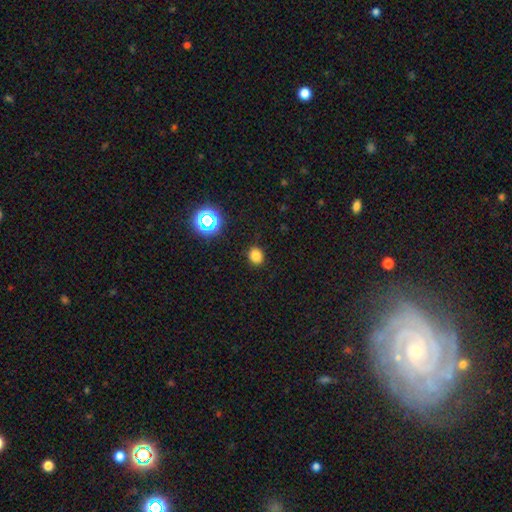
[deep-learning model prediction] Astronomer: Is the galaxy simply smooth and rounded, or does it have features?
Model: smooth — 79%.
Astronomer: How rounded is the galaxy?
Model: round — 69%.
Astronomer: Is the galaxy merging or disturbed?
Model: none — 89%.